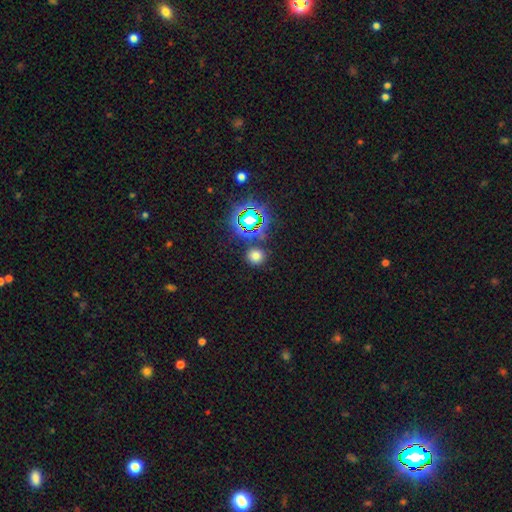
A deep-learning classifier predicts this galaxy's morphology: Smooth or featured? smooth (67%)
How rounded? round (89%)
Merging? none (83%)